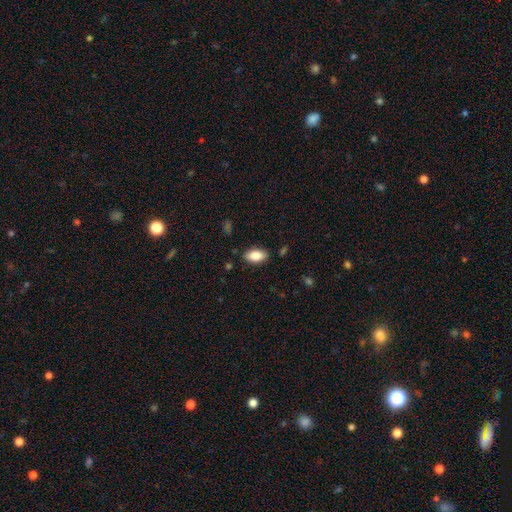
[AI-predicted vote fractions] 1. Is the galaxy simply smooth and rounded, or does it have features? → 83% smooth, 10% featured or disk, 7% star or artifact.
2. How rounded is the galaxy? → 92% in between, 4% cigar-shaped, 3% round.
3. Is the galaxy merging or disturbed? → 86% none, 10% minor disturbance, 2% major disturbance, 1% merger.